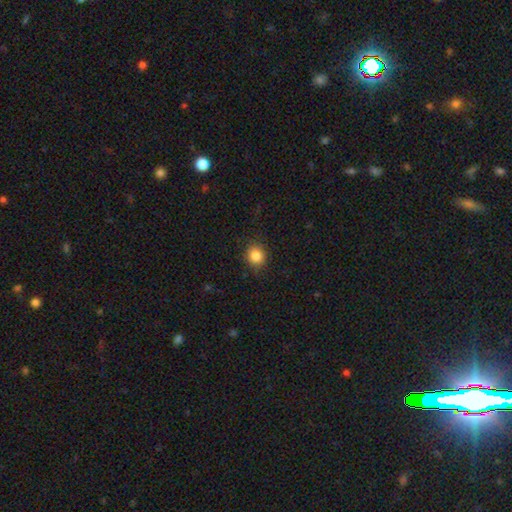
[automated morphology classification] type=smooth (85%); roundness=round (75%); merging=none (86%).